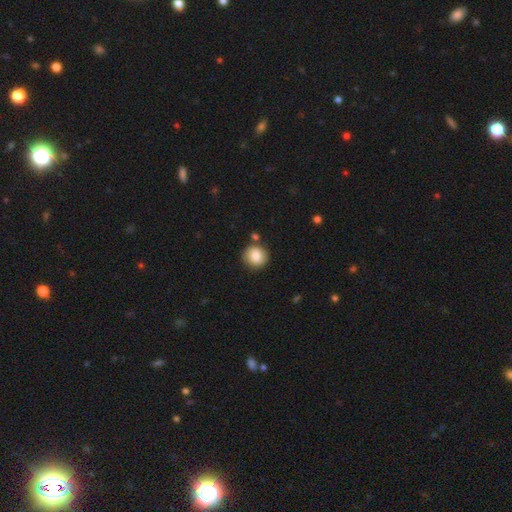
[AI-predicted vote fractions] Smooth or featured: smooth — 84% (featured or disk — 8%)
How rounded: round — 90% (in between — 9%)
Merging: none — 81% (minor disturbance — 11%)